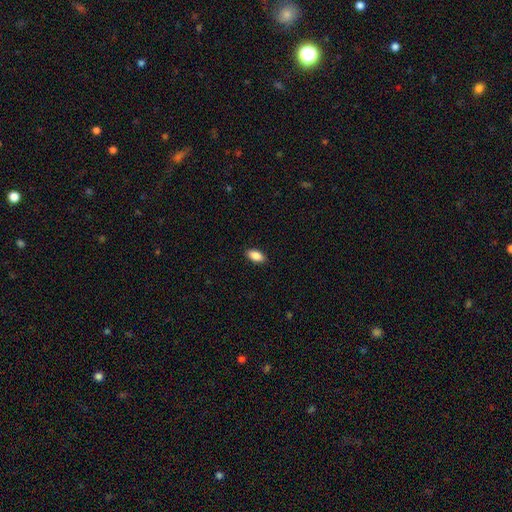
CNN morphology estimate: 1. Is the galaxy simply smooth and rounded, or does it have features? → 88% smooth, 7% star or artifact, 5% featured or disk.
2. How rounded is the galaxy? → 92% in between, 5% cigar-shaped, 3% round.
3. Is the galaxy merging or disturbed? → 89% none, 8% minor disturbance, 2% major disturbance, 1% merger.